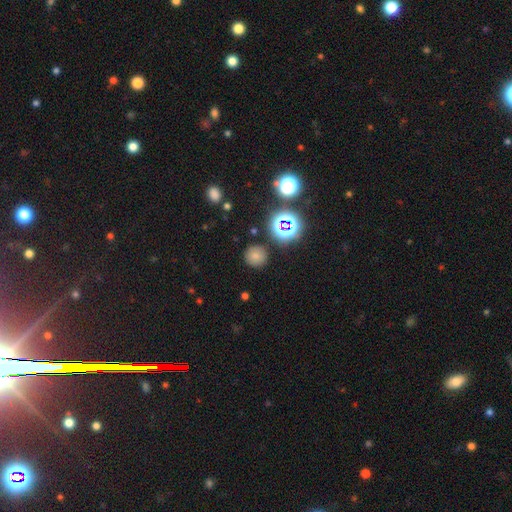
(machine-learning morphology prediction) A smooth galaxy with no disk features (69%) that is round (93%).

Vote fractions:
- Smooth or featured? smooth: 69% / star or artifact: 22% / featured or disk: 9%
- How rounded? round: 93% / in between: 6% / cigar-shaped: 1%
- Merging? none: 87% / minor disturbance: 8% / major disturbance: 3% / merger: 2%